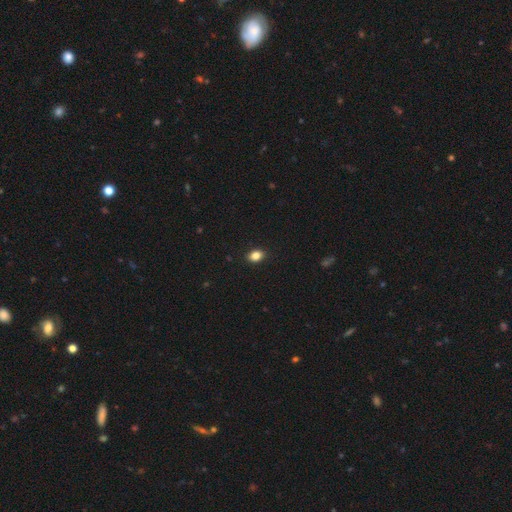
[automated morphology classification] smooth_or_featured: smooth (p=0.85) [alt: star or artifact p=0.10]
how_rounded: in between (p=0.72) [alt: round p=0.26]
merging: none (p=0.89) [alt: minor disturbance p=0.08]